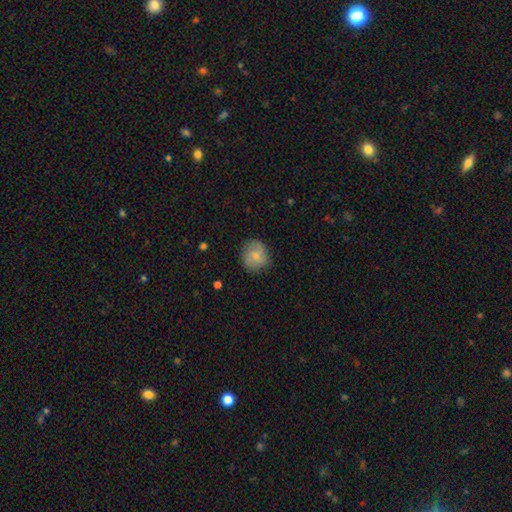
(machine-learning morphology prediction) type=smooth (73%); roundness=round (83%); merging=none (78%).